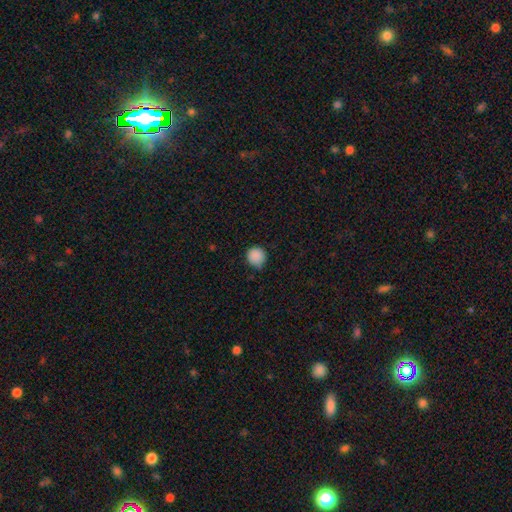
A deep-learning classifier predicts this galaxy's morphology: Smooth or featured? smooth (88%)
How rounded? round (91%)
Merging? none (75%)